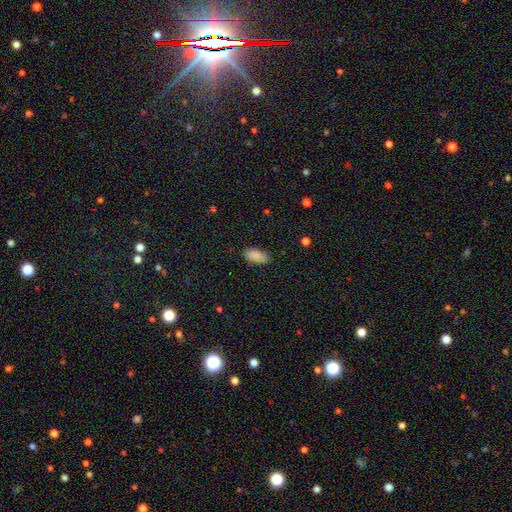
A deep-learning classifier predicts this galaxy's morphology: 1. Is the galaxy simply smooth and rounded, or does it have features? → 86% smooth, 9% star or artifact, 5% featured or disk.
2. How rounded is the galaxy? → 92% in between, 6% cigar-shaped, 3% round.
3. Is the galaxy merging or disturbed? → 81% none, 14% minor disturbance, 3% major disturbance, 1% merger.